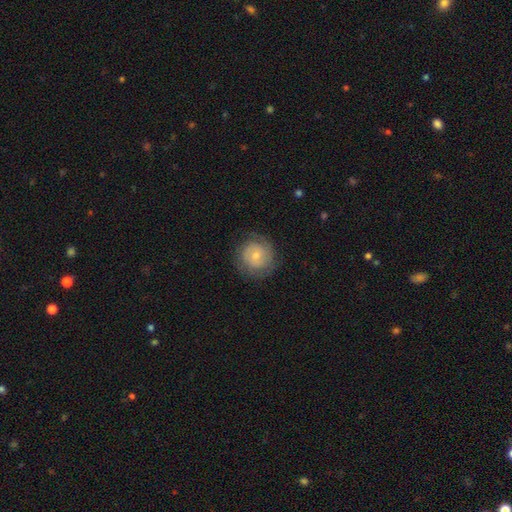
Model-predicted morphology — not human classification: Overall: smooth (47%; featured or disk 46%). Merging: none (78%).